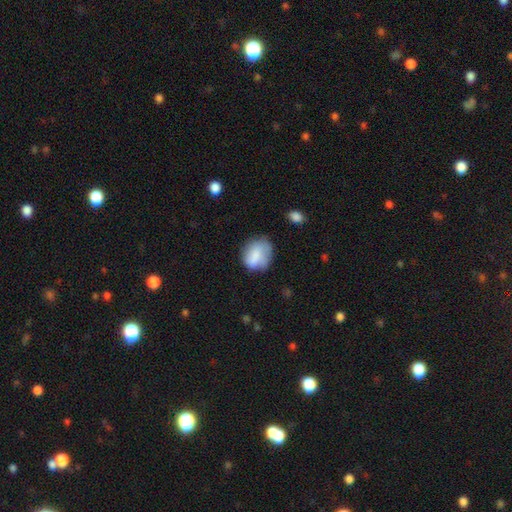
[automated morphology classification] This appears to be a smooth galaxy with no disk features (78%) that is round (50%). Merging: none (56%).